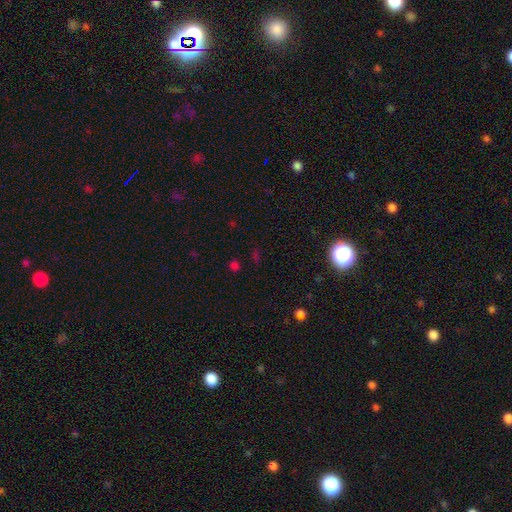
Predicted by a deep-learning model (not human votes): Morphology: type=star or artifact (55%).